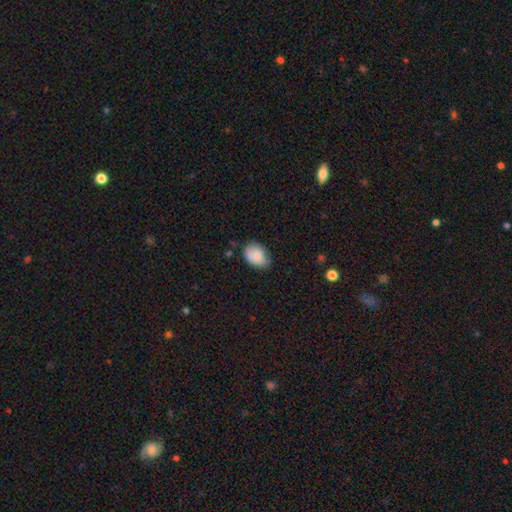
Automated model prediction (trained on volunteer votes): smooth 83%, featured or disk 10%, star or artifact 7%. Down the decision tree: how rounded — in between (79%); merging — none (59%).